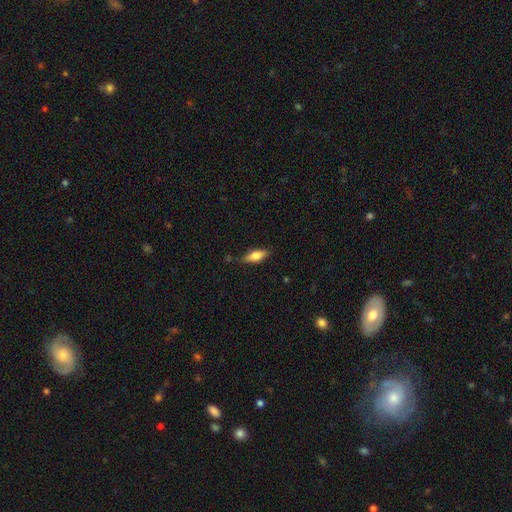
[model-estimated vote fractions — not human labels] A smooth galaxy with no disk features (71%) that is in between round and cigar-shaped (68%).

Vote fractions:
- Smooth or featured? smooth: 71% / featured or disk: 22% / star or artifact: 7%
- How rounded? in between: 68% / cigar-shaped: 29% / round: 3%
- Merging? none: 74% / minor disturbance: 19% / major disturbance: 4% / merger: 3%